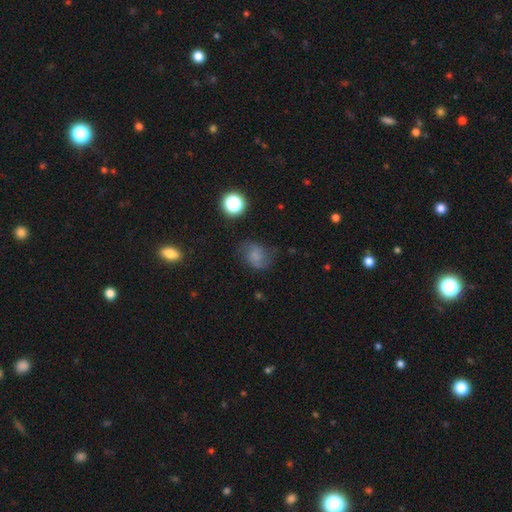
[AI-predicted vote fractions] smooth 49%, featured or disk 35%, star or artifact 16%. Down the decision tree: merging — none (62%).